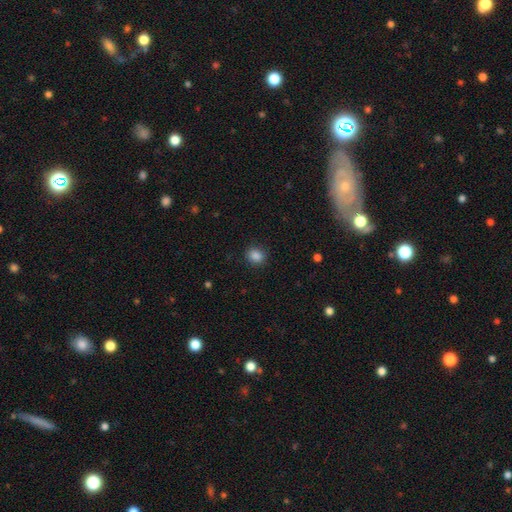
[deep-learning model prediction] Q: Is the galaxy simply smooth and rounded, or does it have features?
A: smooth — 87%.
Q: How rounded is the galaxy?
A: round — 60%.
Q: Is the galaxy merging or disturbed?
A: none — 87%.